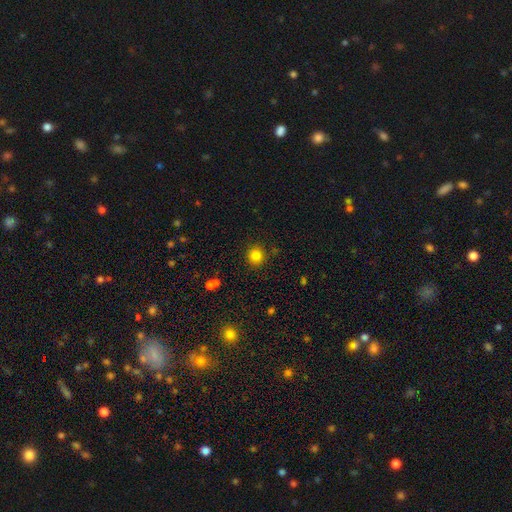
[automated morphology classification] type=smooth (83%); roundness=round (90%); merging=none (89%).